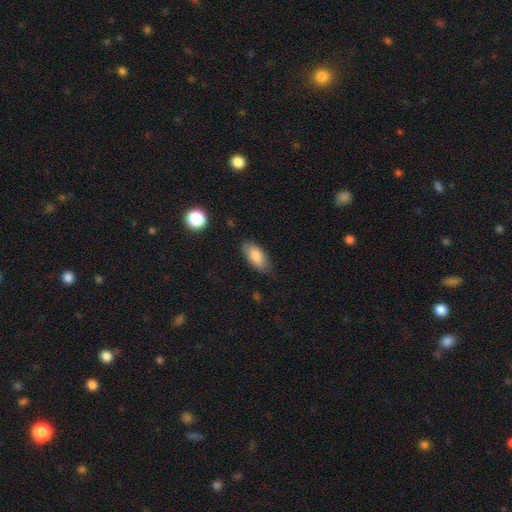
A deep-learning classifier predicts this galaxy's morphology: Overall: smooth (81%). How rounded: in between (89%). Merging: none (77%).